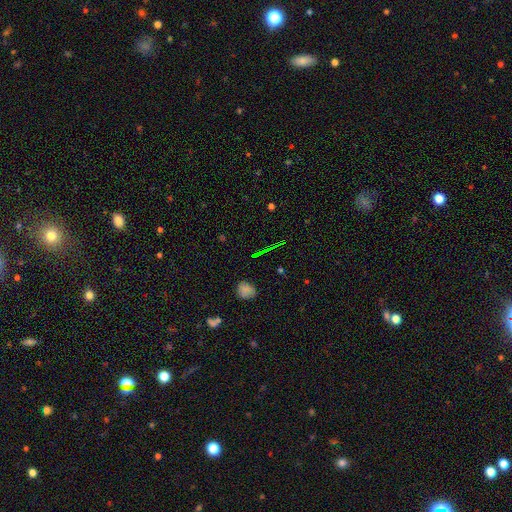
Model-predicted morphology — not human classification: This is possibly a star or artifact rather than a galaxy (51%).